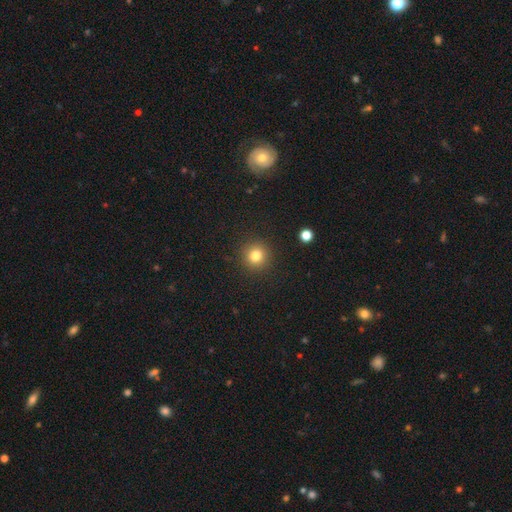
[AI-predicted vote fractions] Smooth or featured: smooth — 81% (star or artifact — 13%)
How rounded: round — 94% (in between — 5%)
Merging: none — 91% (minor disturbance — 5%)